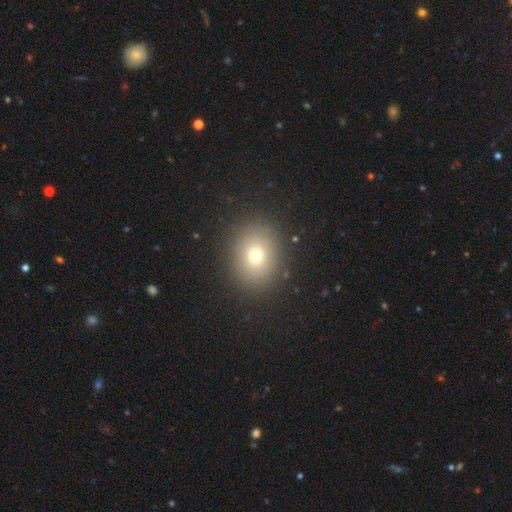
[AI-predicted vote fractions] The model was most divided on "how rounded": round: 56%, in between: 43%, cigar-shaped: 1%. More confident: merging — none (89%); smooth or featured — smooth (72%).